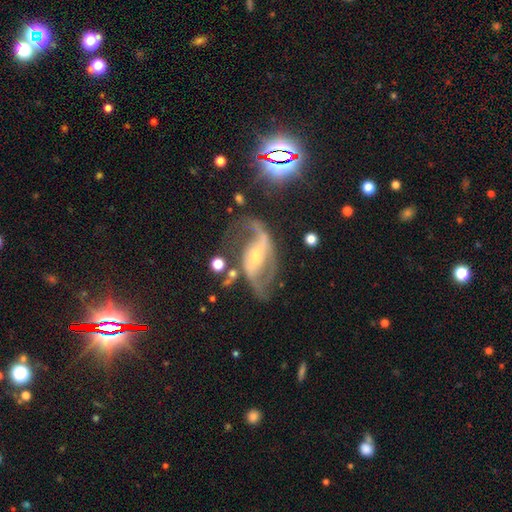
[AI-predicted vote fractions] This is clearly a featured or disk galaxy (86%). It is clearly not viewed edge-on (95%). Bar: possibly strong (45%). Spiral arm pattern: clearly yes (93%). Spiral arm count: clearly 2 (87%). Spiral winding: possibly loose (54%). Central bulge: possibly small (56%). Merging: possibly none (55%).